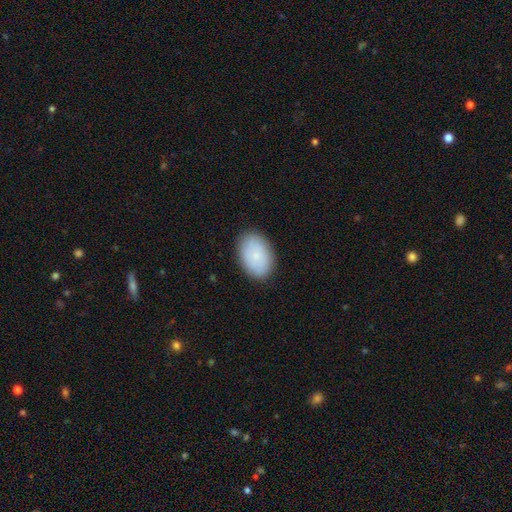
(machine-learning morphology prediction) A smooth galaxy with no disk features (81%) that is in between round and cigar-shaped (87%). Merging: none (87%).